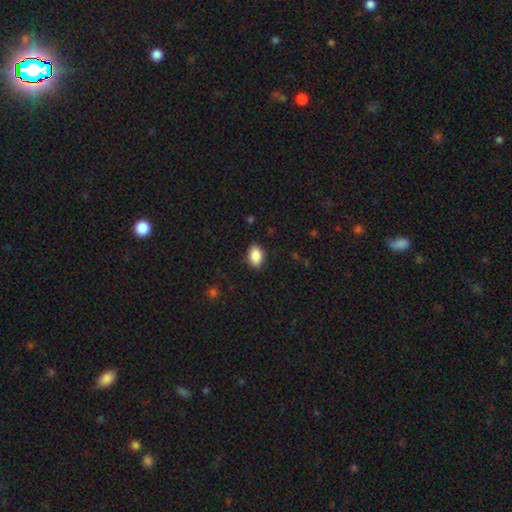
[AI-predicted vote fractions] This is clearly a smooth galaxy (88%). How rounded: clearly in between (86%). Merging: clearly none (86%).